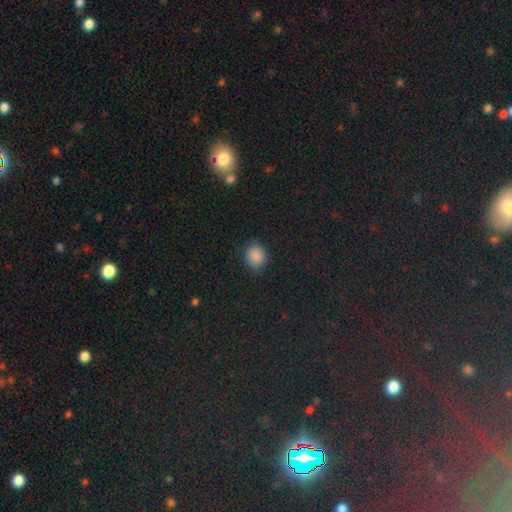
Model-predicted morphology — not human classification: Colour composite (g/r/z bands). It shows a smooth galaxy with no disk features (86%) that is round (78%). Merging: none (86%).